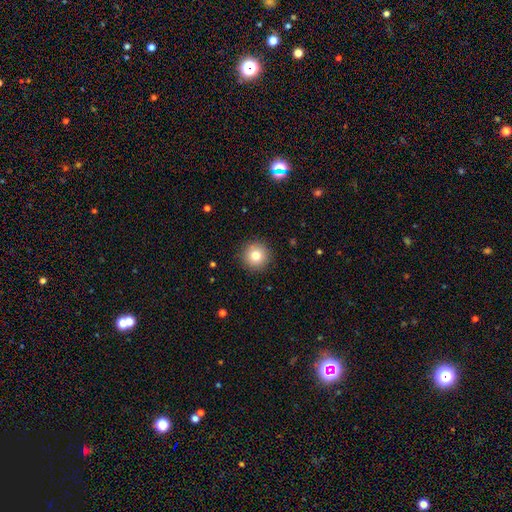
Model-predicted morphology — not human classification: Smooth or featured? Predicted: smooth (p=0.80). How rounded? Predicted: round (p=0.96). Merging? Predicted: none (p=0.91).